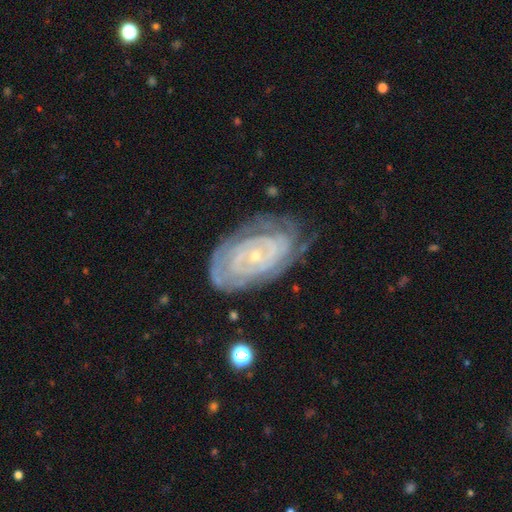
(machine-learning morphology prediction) A featured or disk galaxy (85%) with no bar (73%), tight (82%) spiral arms (92%) and a small central bulge (82%). Merging: none (70%).